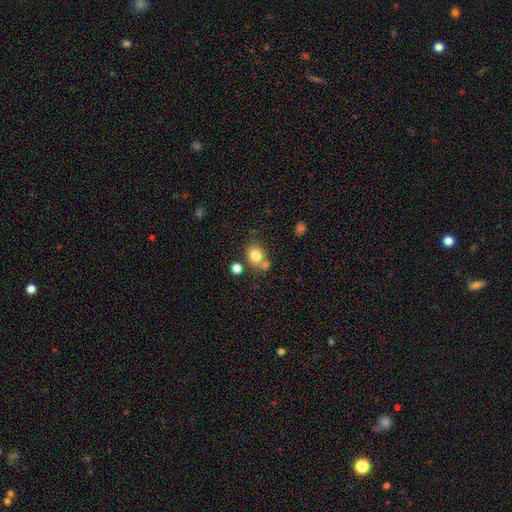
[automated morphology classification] Smooth or featured? Predicted: smooth (p=0.78). How rounded? Predicted: round (p=0.60). Merging? Predicted: none (p=0.61).